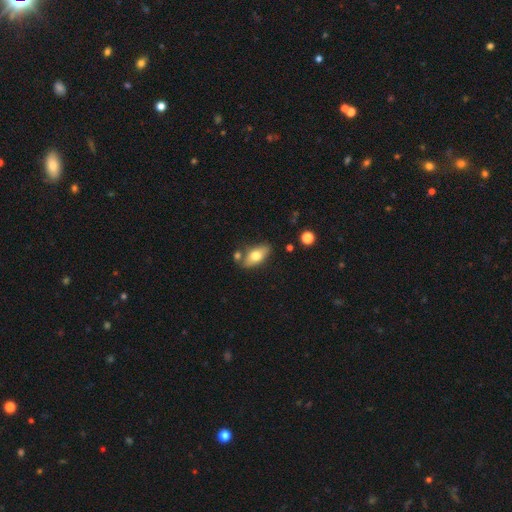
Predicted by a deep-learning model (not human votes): smooth-or-featured: smooth: 69% | featured or disk: 24% | star or artifact: 7%
  how-rounded: in between: 84% | cigar-shaped: 11% | round: 4%
  merging: none: 74% | minor disturbance: 14% | merger: 9% | major disturbance: 3%